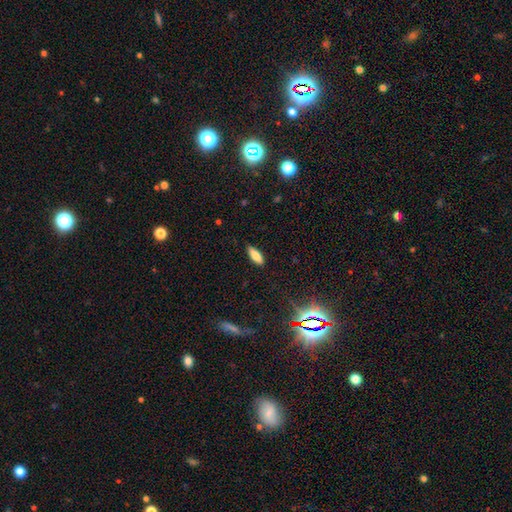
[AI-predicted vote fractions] A smooth galaxy with no disk features (76%) that is in between round and cigar-shaped (69%).

Vote fractions:
- Smooth or featured? smooth: 76% / featured or disk: 14% / star or artifact: 10%
- How rounded? in between: 69% / cigar-shaped: 29% / round: 2%
- Merging? none: 85% / minor disturbance: 11% / major disturbance: 2% / merger: 1%